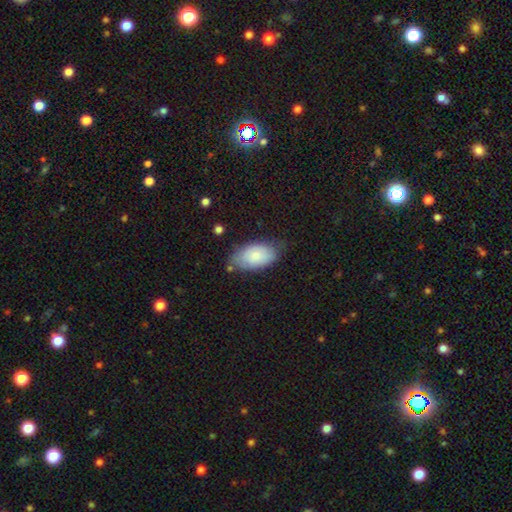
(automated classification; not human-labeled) A smooth galaxy with no disk features (76%) that is in between round and cigar-shaped (94%).

Vote fractions:
- Smooth or featured? smooth: 76% / featured or disk: 18% / star or artifact: 6%
- How rounded? in between: 94% / round: 4% / cigar-shaped: 2%
- Merging? none: 65% / minor disturbance: 26% / major disturbance: 6% / merger: 3%